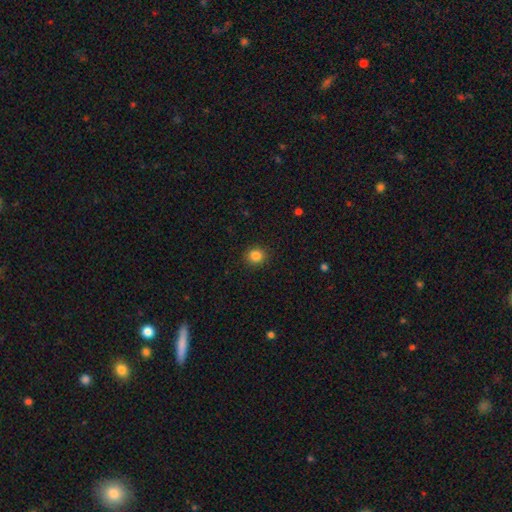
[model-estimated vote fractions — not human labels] smooth-or-featured: smooth: 85% | star or artifact: 11% | featured or disk: 4%
  how-rounded: round: 87% | in between: 12% | cigar-shaped: 1%
  merging: none: 91% | minor disturbance: 6% | major disturbance: 2% | merger: 1%